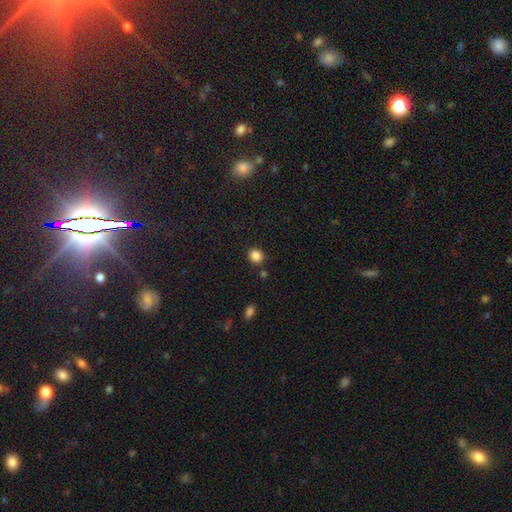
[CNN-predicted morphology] Smooth or featured? Predicted: smooth (p=0.85). How rounded? Predicted: round (p=0.76). Merging? Predicted: none (p=0.85).